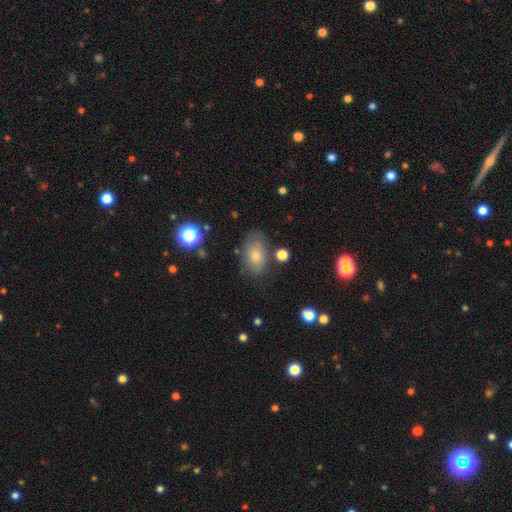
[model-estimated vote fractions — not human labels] Q: Smooth or featured?
A: smooth (74%); runner-up: featured or disk (16%)
Q: How rounded?
A: in between (88%); runner-up: round (10%)
Q: Merging?
A: none (67%); runner-up: minor disturbance (21%)